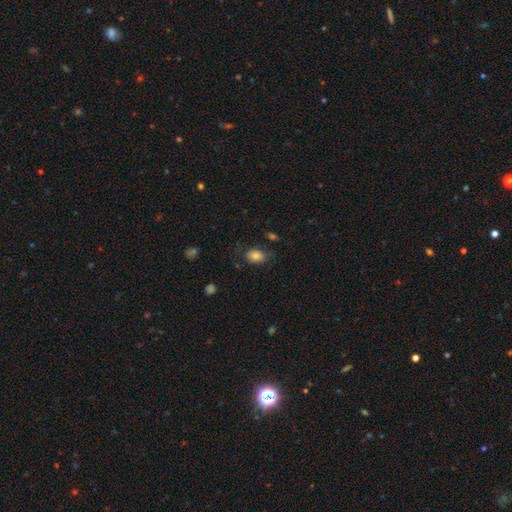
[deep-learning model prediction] This appears to be a smooth galaxy with no disk features (82%) that is in between round and cigar-shaped (75%). Merging: none (71%).